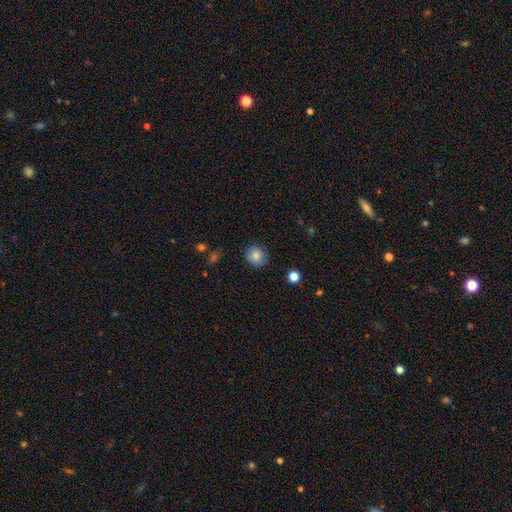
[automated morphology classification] type=smooth (83%); roundness=round (79%); merging=none (82%).